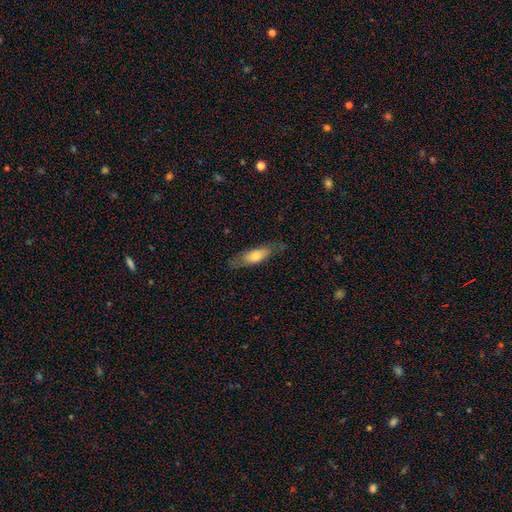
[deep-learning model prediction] Q: Smooth or featured?
A: smooth (64%); runner-up: featured or disk (30%)
Q: How rounded?
A: in between (60%); runner-up: cigar-shaped (38%)
Q: Merging?
A: none (71%); runner-up: minor disturbance (21%)